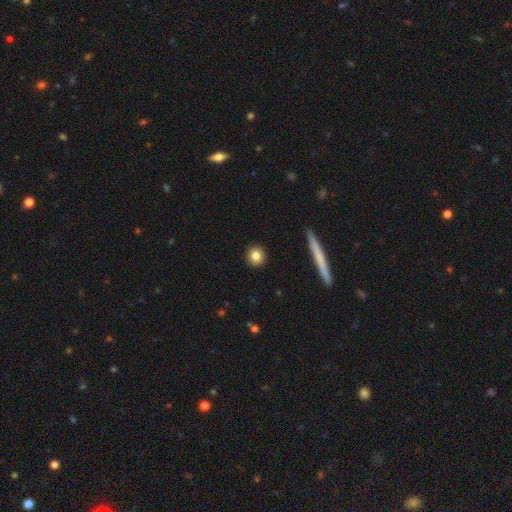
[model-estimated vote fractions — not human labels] A smooth galaxy with no disk features (84%) that is round (92%). Merging: none (92%).